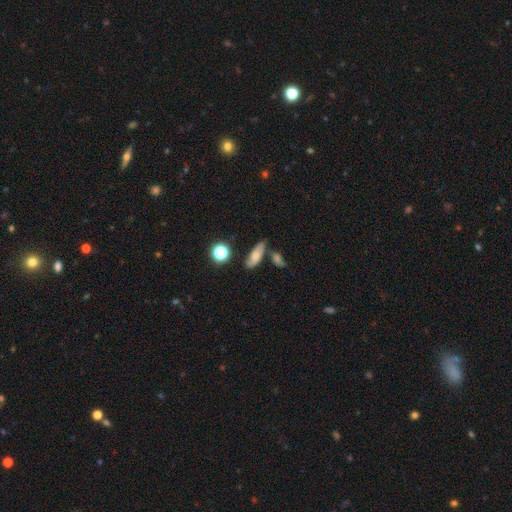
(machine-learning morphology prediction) A smooth galaxy with no disk features (60%) that is in between round and cigar-shaped (65%). Merging: none (58%).